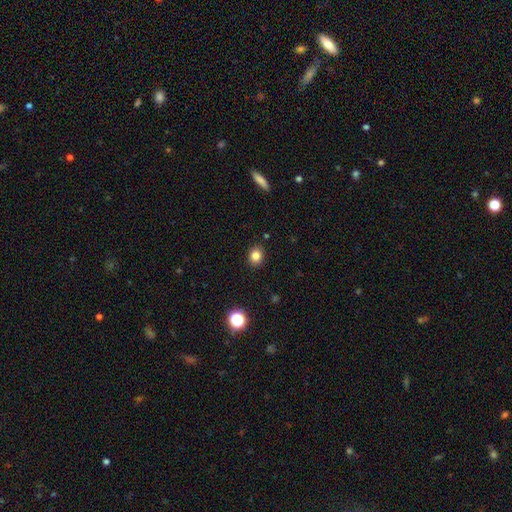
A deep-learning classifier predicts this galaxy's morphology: Smooth or featured: smooth — 82% (star or artifact — 12%)
How rounded: round — 68% (in between — 31%)
Merging: none — 89% (minor disturbance — 8%)